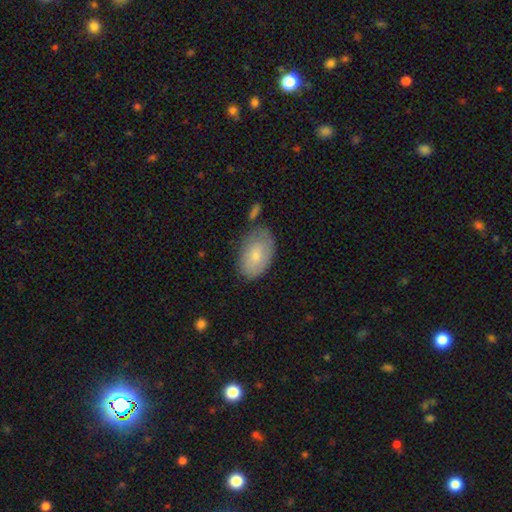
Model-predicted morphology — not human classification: smooth-or-featured: smooth: 73% | featured or disk: 20% | star or artifact: 6%
  how-rounded: in between: 91% | round: 7% | cigar-shaped: 1%
  merging: none: 64% | minor disturbance: 24% | major disturbance: 7% | merger: 5%